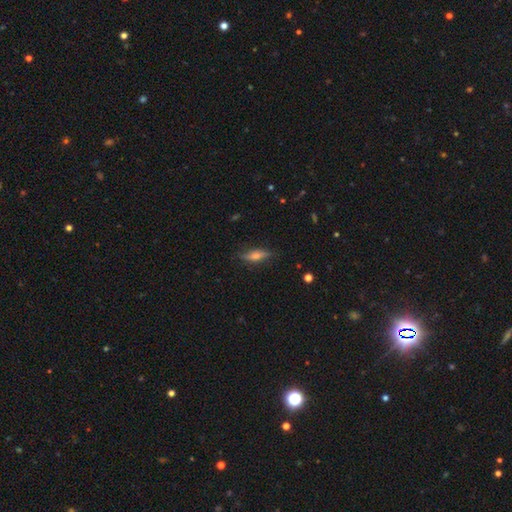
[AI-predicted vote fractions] A featured or disk galaxy (50%) viewed edge-on (87%).

Vote fractions:
- Smooth or featured? featured or disk: 50% / smooth: 40% / star or artifact: 10%
- Edge-on disk? yes: 87% / no: 13%
- Merging? none: 82% / minor disturbance: 14% / major disturbance: 3% / merger: 1%